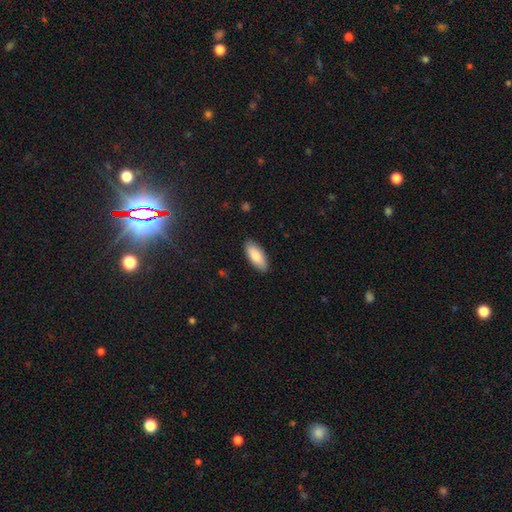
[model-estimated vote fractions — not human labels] Smooth or featured: smooth — 84% (featured or disk — 10%)
How rounded: in between — 82% (cigar-shaped — 16%)
Merging: none — 88% (minor disturbance — 9%)